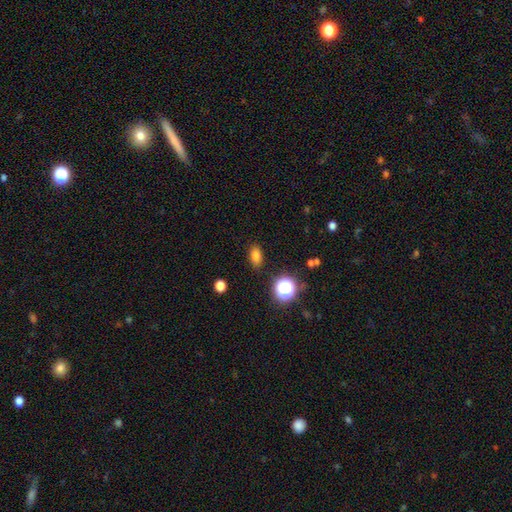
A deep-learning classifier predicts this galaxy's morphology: smooth 80%, star or artifact 15%, featured or disk 5%. Down the decision tree: how rounded — in between (82%); merging — none (86%).